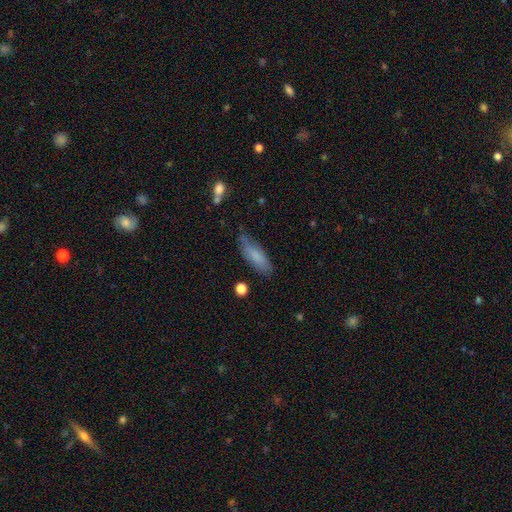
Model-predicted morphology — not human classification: smooth 78%, featured or disk 15%, star or artifact 7%. Down the decision tree: how rounded — in between (58%); merging — none (69%).